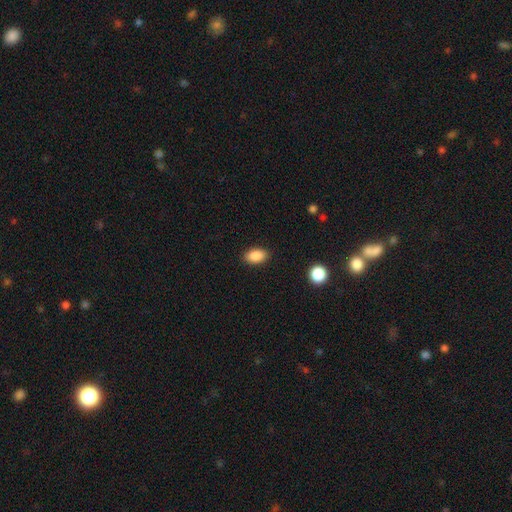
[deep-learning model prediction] Smooth or featured? Predicted: smooth (p=0.88). How rounded? Predicted: in between (p=0.90). Merging? Predicted: none (p=0.89).